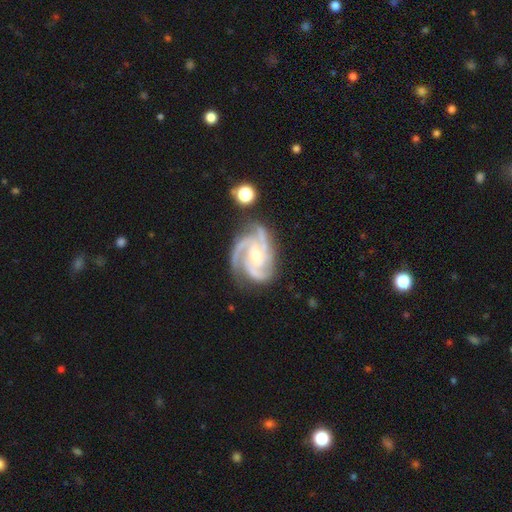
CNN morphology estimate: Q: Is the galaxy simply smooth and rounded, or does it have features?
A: featured or disk — 93%.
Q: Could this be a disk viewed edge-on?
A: no — 98%.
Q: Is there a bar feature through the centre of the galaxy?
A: no — 59%.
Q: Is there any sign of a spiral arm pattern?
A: yes — 99%.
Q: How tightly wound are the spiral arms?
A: tight — 56%.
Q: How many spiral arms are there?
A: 3 — 67%.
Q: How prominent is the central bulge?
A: small — 56%.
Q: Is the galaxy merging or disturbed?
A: none — 73%.